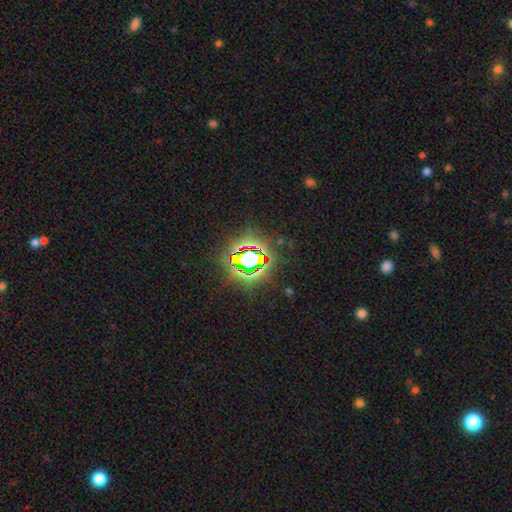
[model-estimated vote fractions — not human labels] Q: Smooth or featured?
A: star or artifact (81%); runner-up: smooth (11%)